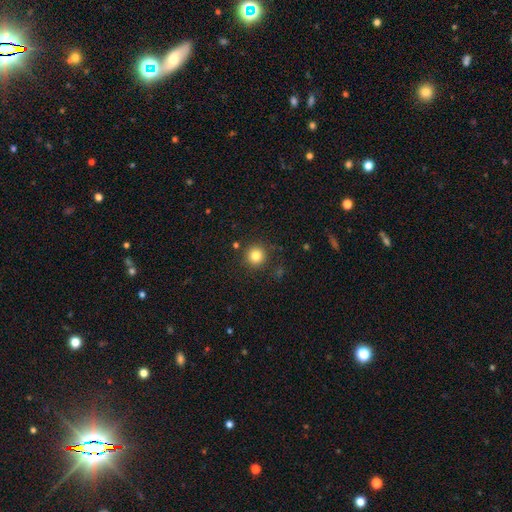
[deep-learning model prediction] This is clearly a smooth galaxy (82%). How rounded: clearly round (94%). Merging: clearly none (88%).